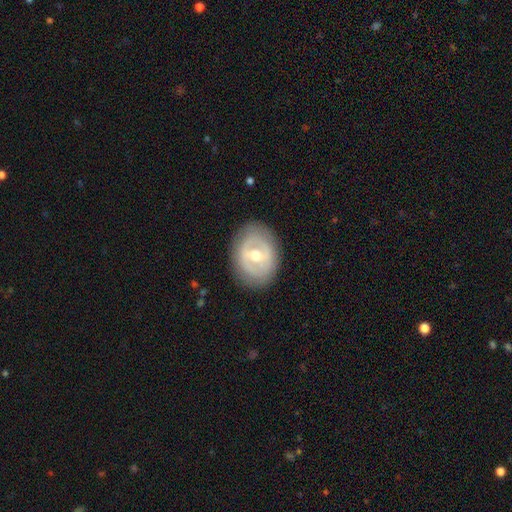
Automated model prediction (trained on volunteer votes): Smooth or featured? featured or disk (68%)
Edge-on disk? no (94%)
Bar? weak (41%)
Spiral arms? no (70%)
Bulge size? moderate (71%)
Merging? none (82%)